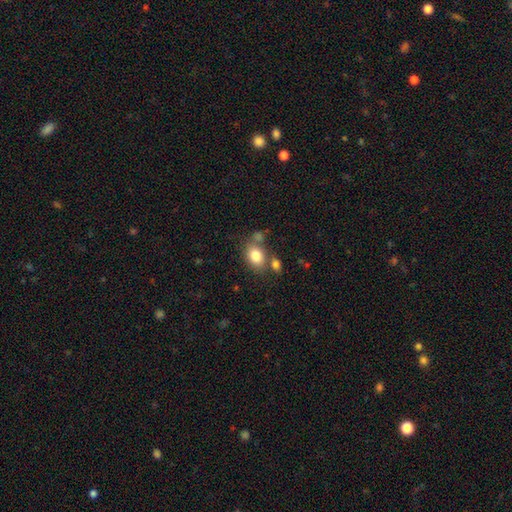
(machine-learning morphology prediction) Smooth or featured? Predicted: smooth (p=0.82). How rounded? Predicted: in between (p=0.69). Merging? Predicted: none (p=0.62).